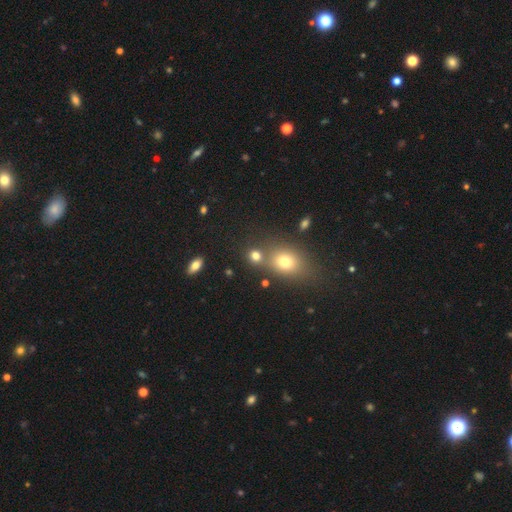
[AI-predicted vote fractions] smooth_or_featured: smooth (p=0.76) [alt: star or artifact p=0.16]
how_rounded: round (p=0.72) [alt: in between p=0.27]
merging: none (p=0.61) [alt: merger p=0.25]